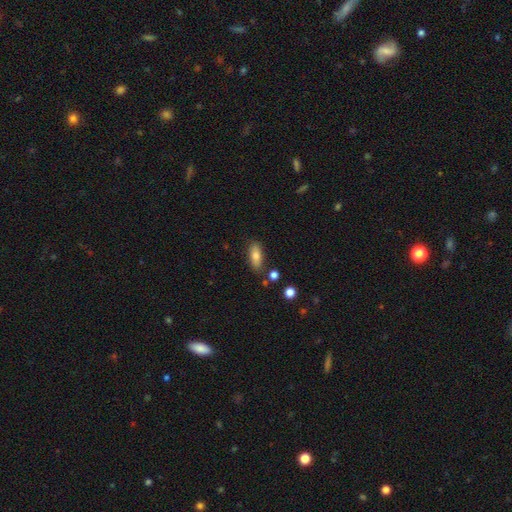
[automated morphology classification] The model was most divided on "how rounded": in between: 74%, cigar-shaped: 23%, round: 3%. More confident: merging — none (80%); smooth or featured — smooth (77%).